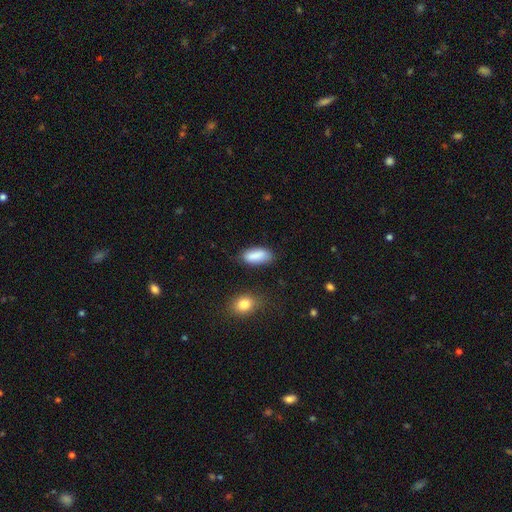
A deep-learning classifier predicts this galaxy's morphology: Smooth or featured?
  - smooth: 86% *
  - star or artifact: 7%
  - featured or disk: 6%
How rounded?
  - in between: 86% *
  - cigar-shaped: 12%
  - round: 2%
Merging?
  - none: 71% *
  - minor disturbance: 21%
  - major disturbance: 5%
  - merger: 3%